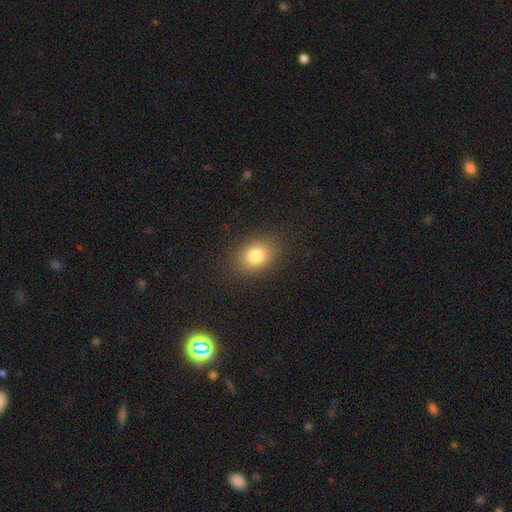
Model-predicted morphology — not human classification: A smooth galaxy with no disk features (81%) that is in between round and cigar-shaped (62%). Merging: none (87%).